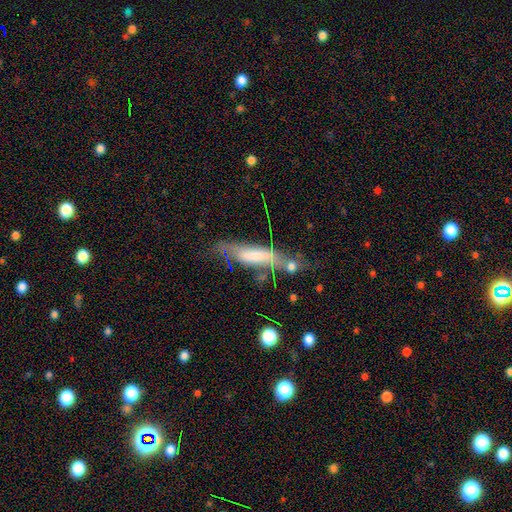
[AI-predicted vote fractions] Overall: smooth (50%; featured or disk 42%). How rounded: cigar-shaped (73%). Merging: none (39%; minor disturbance 27%).